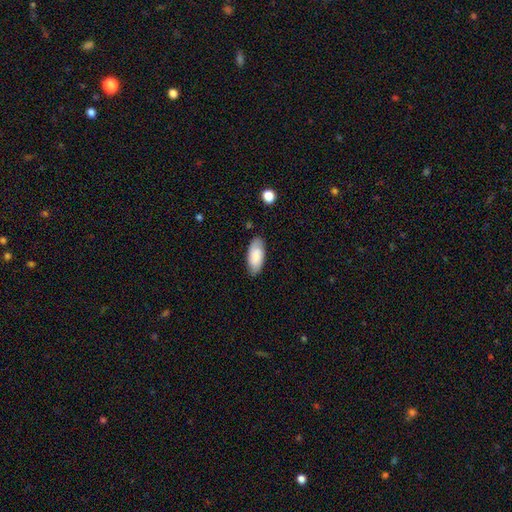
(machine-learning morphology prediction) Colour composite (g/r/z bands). It shows a smooth galaxy with no disk features (76%) that is in between round and cigar-shaped (89%). Merging: none (83%).